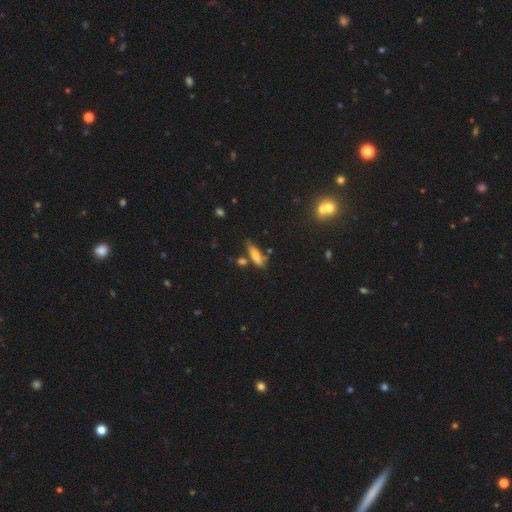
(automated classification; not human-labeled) smooth 68%, featured or disk 23%, star or artifact 9%. Down the decision tree: how rounded — cigar-shaped (53%); merging — none (61%).